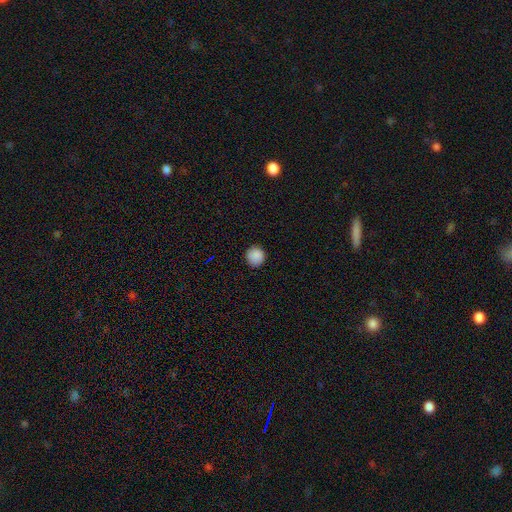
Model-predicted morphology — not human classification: The model was most divided on "smooth or featured": smooth: 88%, star or artifact: 9%, featured or disk: 3%. More confident: how rounded — round (92%); merging — none (90%).